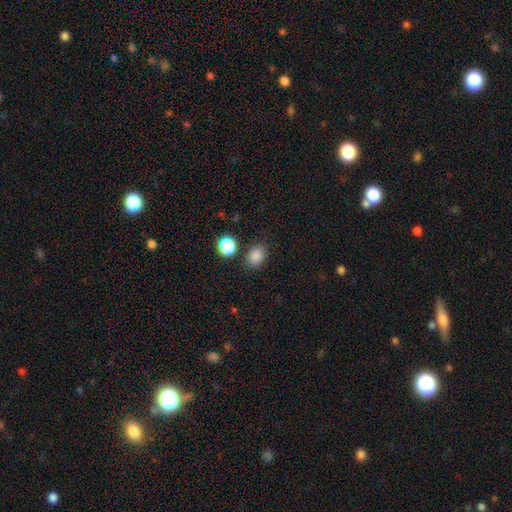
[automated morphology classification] This appears to be a smooth galaxy with no disk features (84%) that is in between round and cigar-shaped (68%). Merging: none (81%).